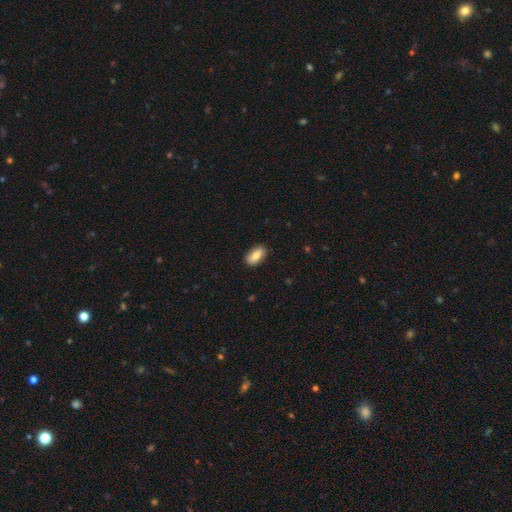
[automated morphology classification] Smooth or featured?
  - smooth: 80% *
  - featured or disk: 14%
  - star or artifact: 7%
How rounded?
  - in between: 90% *
  - cigar-shaped: 6%
  - round: 4%
Merging?
  - none: 88% *
  - minor disturbance: 9%
  - major disturbance: 2%
  - merger: 1%